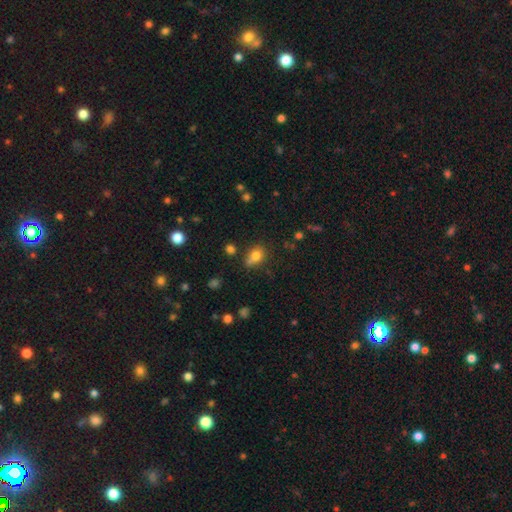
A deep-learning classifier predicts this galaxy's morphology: Smooth or featured? smooth (79%)
How rounded? in between (53%)
Merging? none (53%)